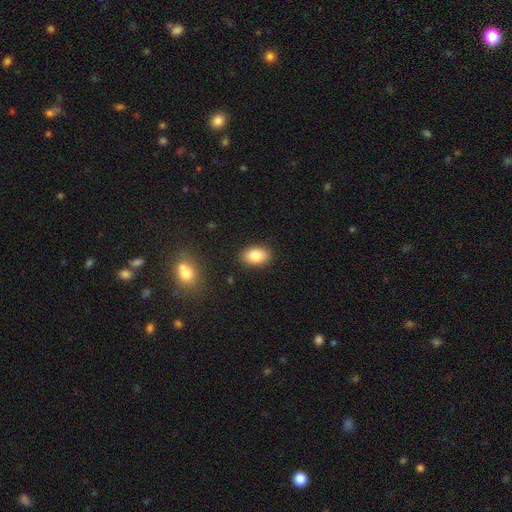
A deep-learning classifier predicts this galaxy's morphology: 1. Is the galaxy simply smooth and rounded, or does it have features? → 83% smooth, 9% featured or disk, 8% star or artifact.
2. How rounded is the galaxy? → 86% in between, 12% round, 1% cigar-shaped.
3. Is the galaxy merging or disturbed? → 88% none, 9% minor disturbance, 2% major disturbance, 1% merger.